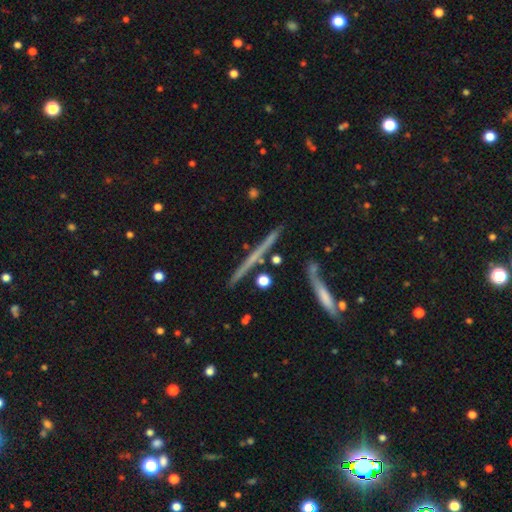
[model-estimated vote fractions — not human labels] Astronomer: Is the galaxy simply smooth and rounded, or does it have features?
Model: featured or disk — 65%.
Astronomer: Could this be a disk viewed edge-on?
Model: yes — 96%.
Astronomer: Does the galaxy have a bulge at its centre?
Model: none — 72%.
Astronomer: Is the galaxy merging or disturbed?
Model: none — 84%.